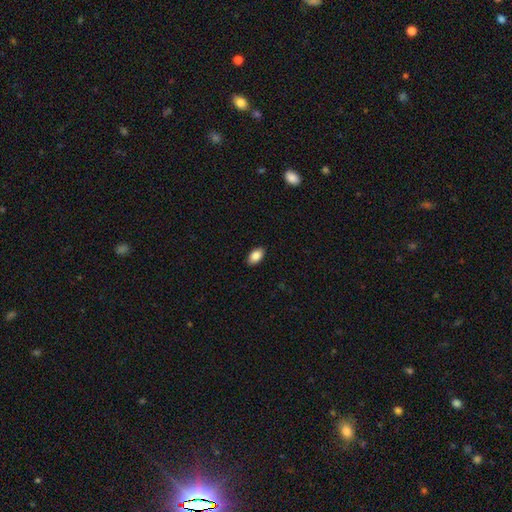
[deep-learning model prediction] Smooth or featured: smooth — 88% (star or artifact — 7%)
How rounded: in between — 93% (round — 6%)
Merging: none — 90% (minor disturbance — 8%)